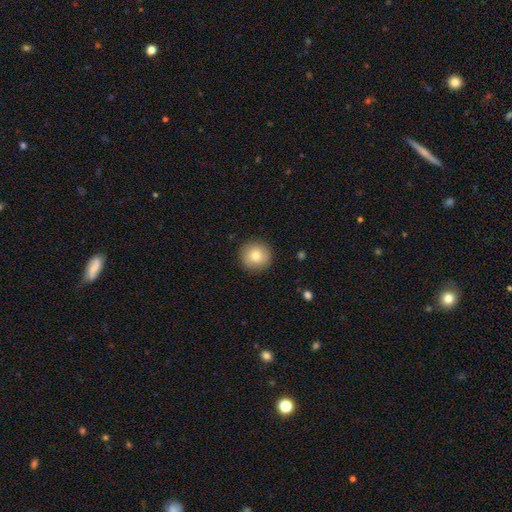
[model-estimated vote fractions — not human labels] This is clearly a smooth galaxy (80%). How rounded: clearly round (95%). Merging: clearly none (90%).